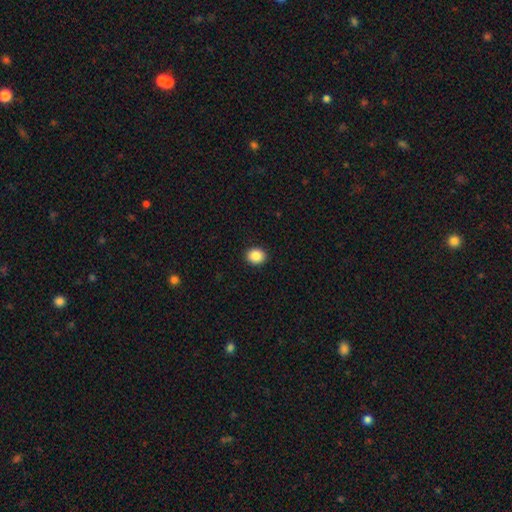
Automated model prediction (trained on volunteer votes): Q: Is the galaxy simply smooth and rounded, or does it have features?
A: smooth — 87%.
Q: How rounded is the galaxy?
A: round — 69%.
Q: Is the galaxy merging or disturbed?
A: none — 92%.